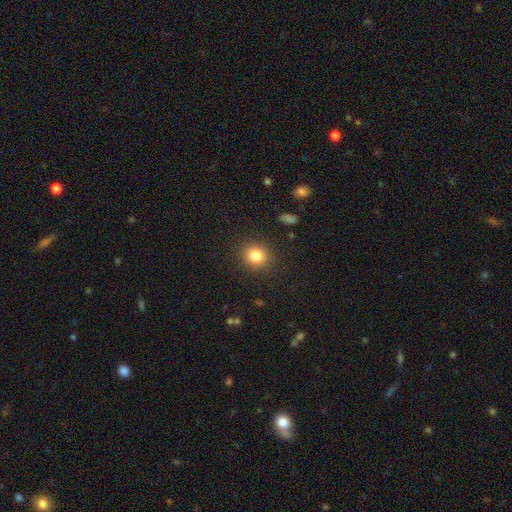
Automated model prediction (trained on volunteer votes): smooth_or_featured: smooth (p=0.81) [alt: star or artifact p=0.12]
how_rounded: round (p=0.84) [alt: in between p=0.15]
merging: none (p=0.89) [alt: minor disturbance p=0.07]